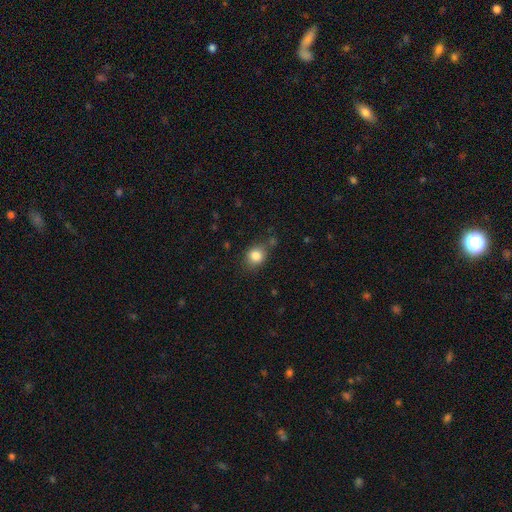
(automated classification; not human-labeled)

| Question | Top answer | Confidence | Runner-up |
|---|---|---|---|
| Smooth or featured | smooth | 84% | star or artifact (10%) |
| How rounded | round | 62% | in between (37%) |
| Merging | none | 73% | minor disturbance (18%) |